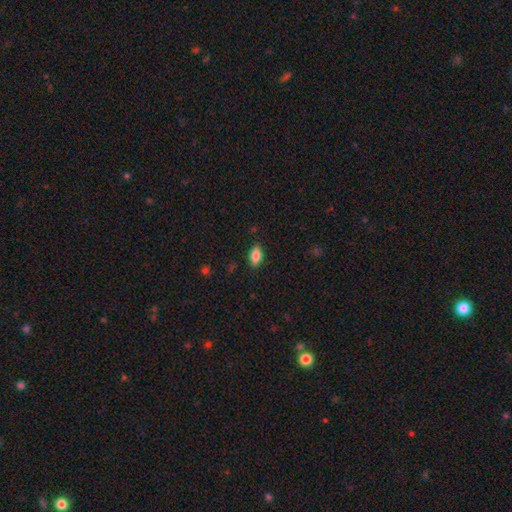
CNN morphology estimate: type=smooth (83%); roundness=in between (89%); merging=none (86%).